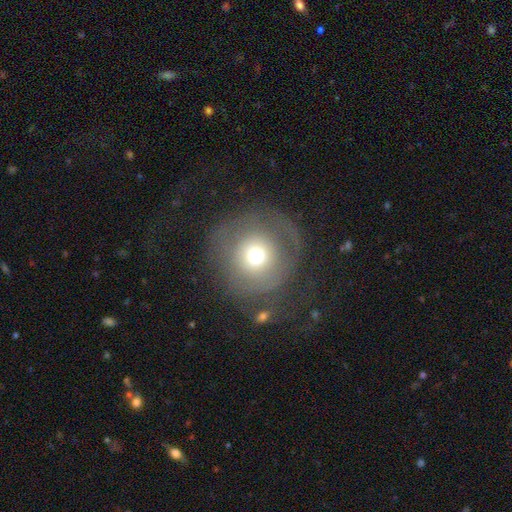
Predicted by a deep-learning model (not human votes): smooth 51%, featured or disk 37%, star or artifact 12%. Down the decision tree: how rounded — round (92%); merging — none (55%).